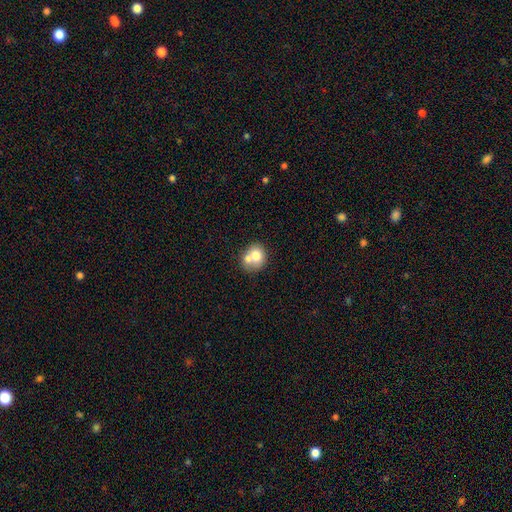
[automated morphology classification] This is likely a smooth galaxy (71%). How rounded: likely round (69%). Merging: possibly merger (50%).